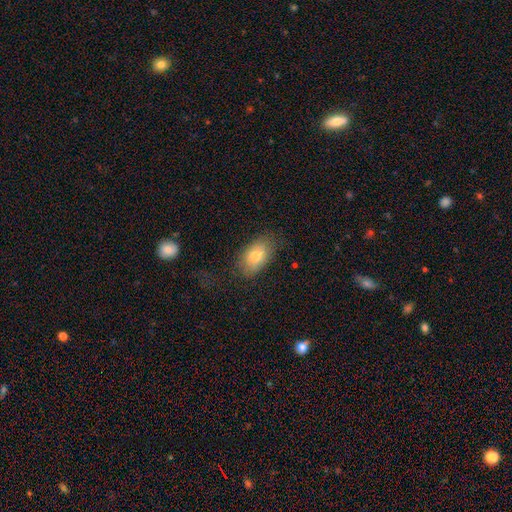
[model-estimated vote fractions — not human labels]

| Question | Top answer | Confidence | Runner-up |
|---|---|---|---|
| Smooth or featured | smooth | 78% | featured or disk (14%) |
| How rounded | in between | 90% | round (8%) |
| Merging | none | 76% | minor disturbance (17%) |